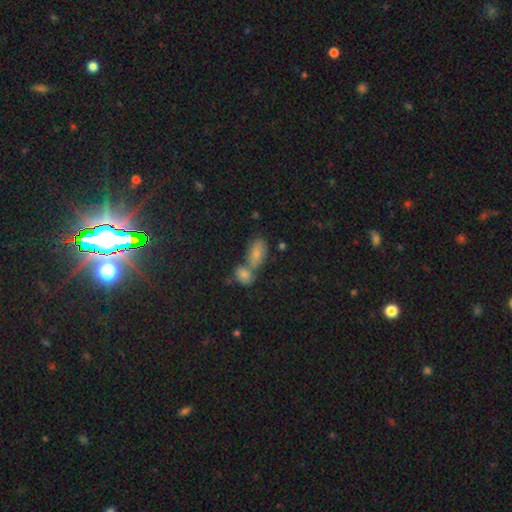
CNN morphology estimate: smooth_or_featured: smooth (p=0.50) [alt: star or artifact p=0.30]
how_rounded: in between (p=0.81) [alt: round p=0.13]
merging: merger (p=0.48) [alt: none p=0.38]